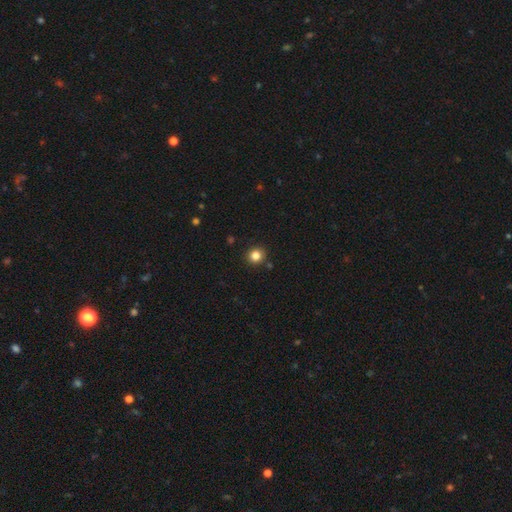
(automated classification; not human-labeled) Smooth or featured? smooth (83%)
How rounded? round (90%)
Merging? none (90%)